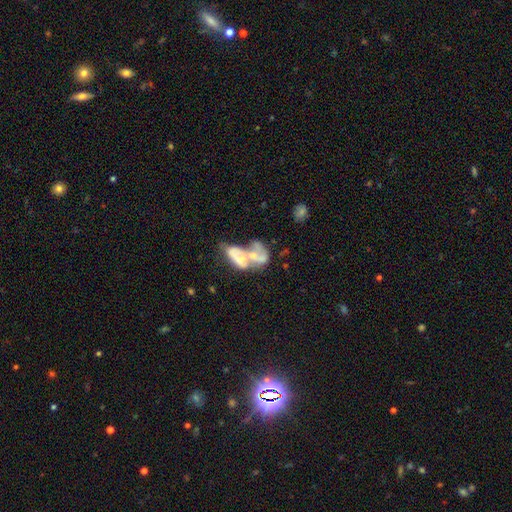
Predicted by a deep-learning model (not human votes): Smooth or featured?
  - featured or disk: 52% *
  - smooth: 39%
  - star or artifact: 9%
Edge-on disk?
  - no: 96% *
  - yes: 4%
Merging?
  - merger: 74% *
  - major disturbance: 12%
  - none: 8%
  - minor disturbance: 5%